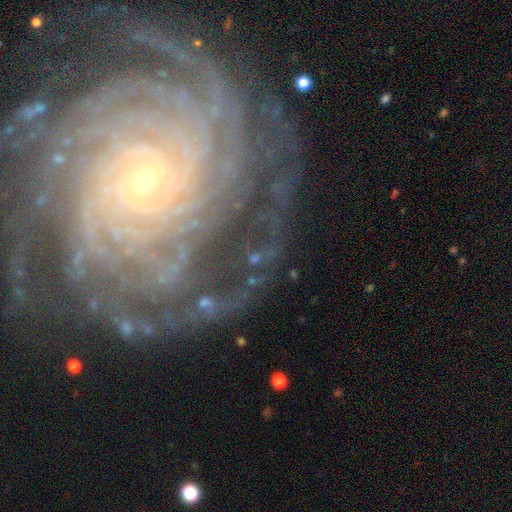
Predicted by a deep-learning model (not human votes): A featured or disk galaxy (85%) with no bar (67%), more than 4 (32%) tight (80%) spiral arms (97%) and a small central bulge (80%). Merging: none (72%).